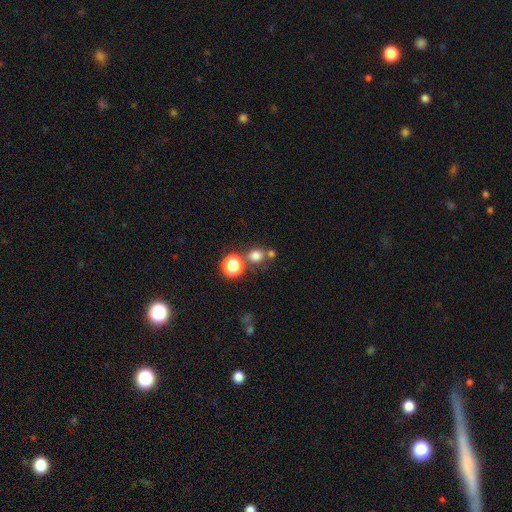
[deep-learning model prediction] The model was most divided on "merging": none: 65%, merger: 21%, minor disturbance: 10%, major disturbance: 4%. More confident: how rounded — round (78%); smooth or featured — smooth (75%).